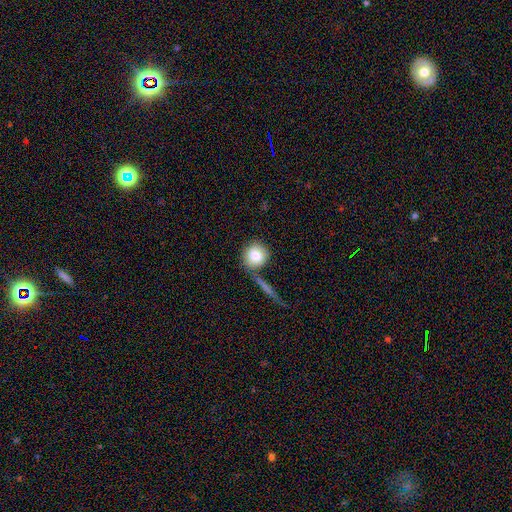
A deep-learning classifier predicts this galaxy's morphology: A smooth galaxy with no disk features (81%) that is round (88%). Merging: none (68%).